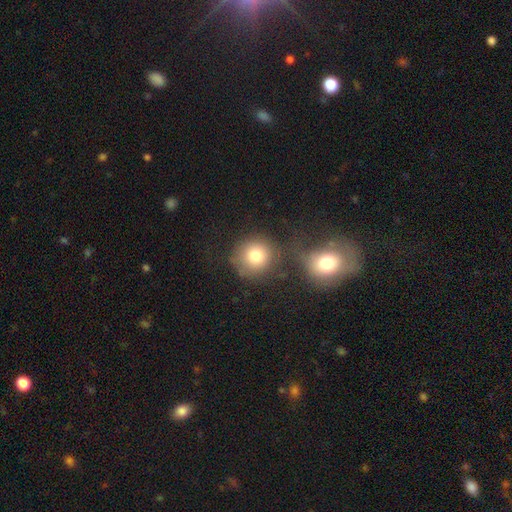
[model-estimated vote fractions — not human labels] A smooth galaxy with no disk features (79%) that is round (90%). Merging: none (66%).